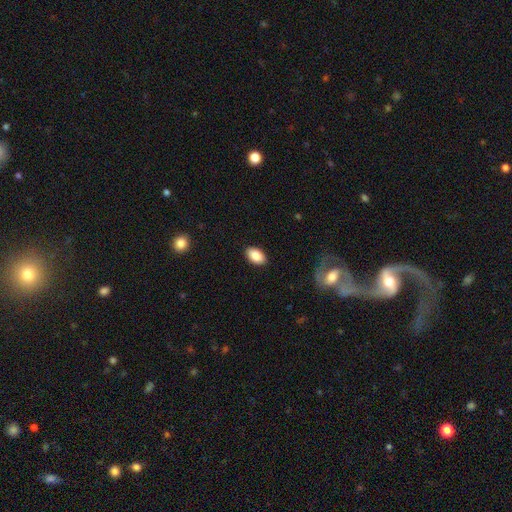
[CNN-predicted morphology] Smooth or featured? Predicted: smooth (p=0.86). How rounded? Predicted: in between (p=0.93). Merging? Predicted: none (p=0.89).